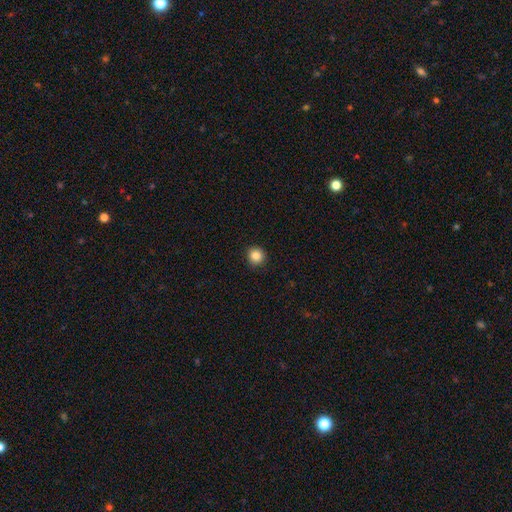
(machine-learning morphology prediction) smooth-or-featured: smooth: 85% | star or artifact: 10% | featured or disk: 4%
  how-rounded: round: 93% | in between: 6% | cigar-shaped: 1%
  merging: none: 92% | minor disturbance: 6% | major disturbance: 2% | merger: 1%